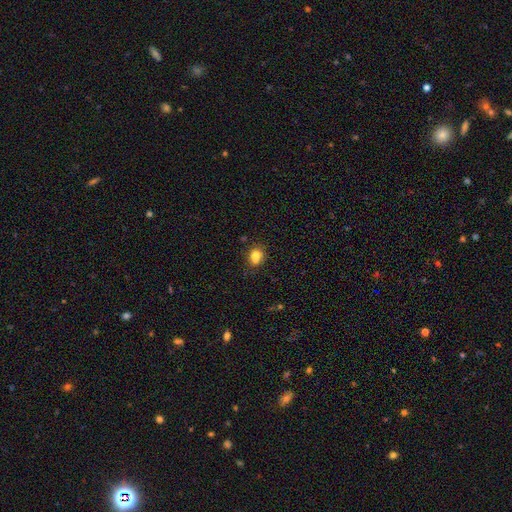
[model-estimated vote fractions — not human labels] Smooth or featured?
  - smooth: 78% *
  - star or artifact: 12%
  - featured or disk: 10%
How rounded?
  - round: 69% *
  - in between: 30%
  - cigar-shaped: 1%
Merging?
  - none: 60% *
  - merger: 19%
  - minor disturbance: 17%
  - major disturbance: 4%